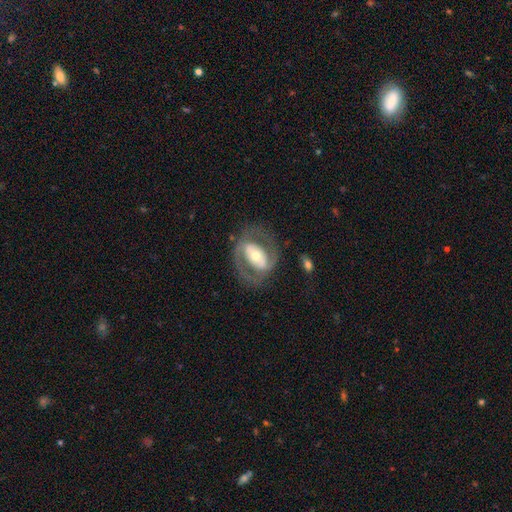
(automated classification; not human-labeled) Q: Smooth or featured?
A: featured or disk (75%); runner-up: smooth (19%)
Q: Edge-on disk?
A: no (94%); runner-up: yes (6%)
Q: Bar?
A: strong (40%); runner-up: no (33%)
Q: Spiral arms?
A: yes (65%); runner-up: no (35%)
Q: Bulge size?
A: moderate (62%); runner-up: small (24%)
Q: Merging?
A: none (68%); runner-up: minor disturbance (15%)